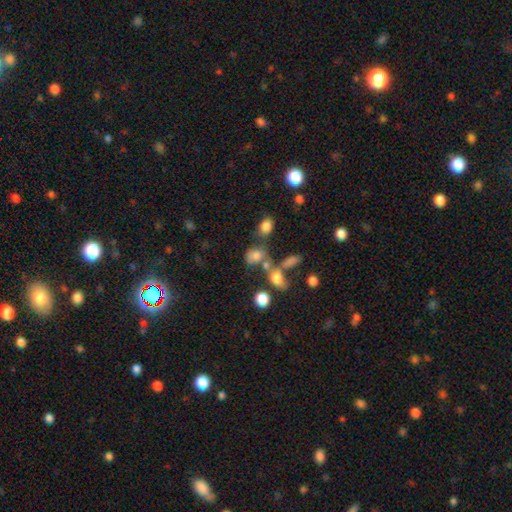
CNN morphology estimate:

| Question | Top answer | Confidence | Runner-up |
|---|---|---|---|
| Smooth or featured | smooth | 72% | star or artifact (15%) |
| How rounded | round | 52% | in between (46%) |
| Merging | none | 40% | merger (35%) |